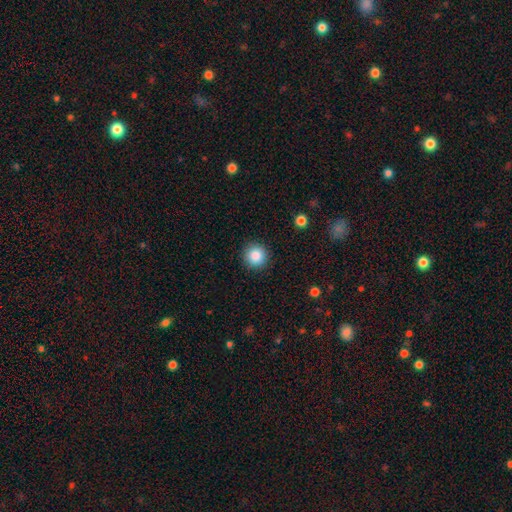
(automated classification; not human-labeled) A smooth galaxy with no disk features (86%) that is round (95%).

Vote fractions:
- Smooth or featured? smooth: 86% / star or artifact: 9% / featured or disk: 4%
- How rounded? round: 95% / in between: 4% / cigar-shaped: 1%
- Merging? none: 91% / minor disturbance: 6% / major disturbance: 2% / merger: 1%